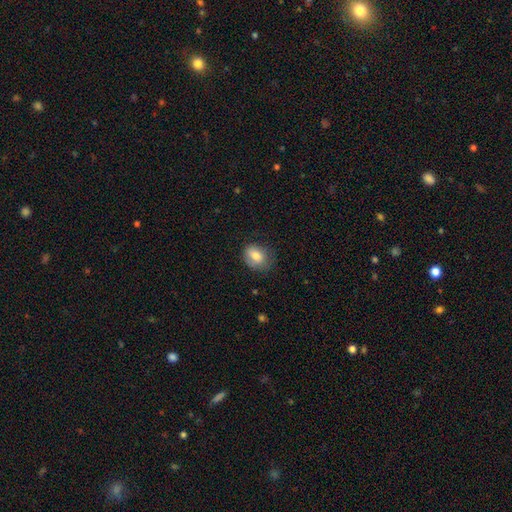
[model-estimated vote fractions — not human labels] Smooth or featured? smooth (79%)
How rounded? in between (58%)
Merging? none (64%)